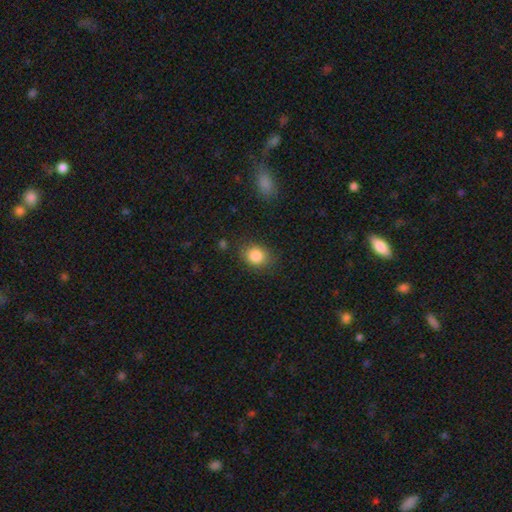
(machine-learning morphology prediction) smooth-or-featured: smooth: 85% | star or artifact: 9% | featured or disk: 6%
  how-rounded: round: 55% | in between: 44% | cigar-shaped: 1%
  merging: none: 80% | minor disturbance: 14% | major disturbance: 4% | merger: 2%